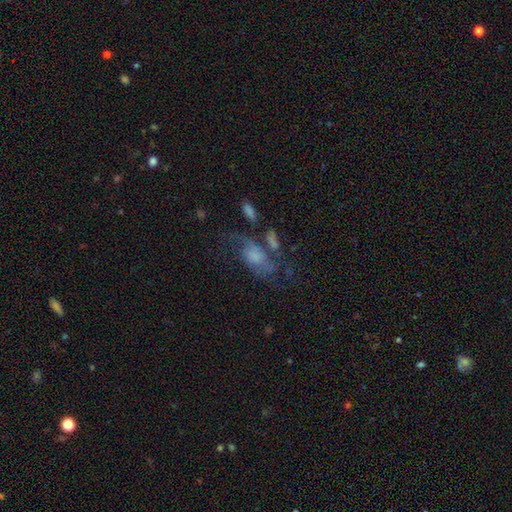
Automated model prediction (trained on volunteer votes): The model was most divided on "bulge size": small: 32%, moderate: 30%, none: 23%, large: 12%, dominant: 3%. Remaining: edge-on disk — no (93%); spiral arms — yes (73%); bar — no (68%); smooth or featured — featured or disk (58%); merging — none (34%).